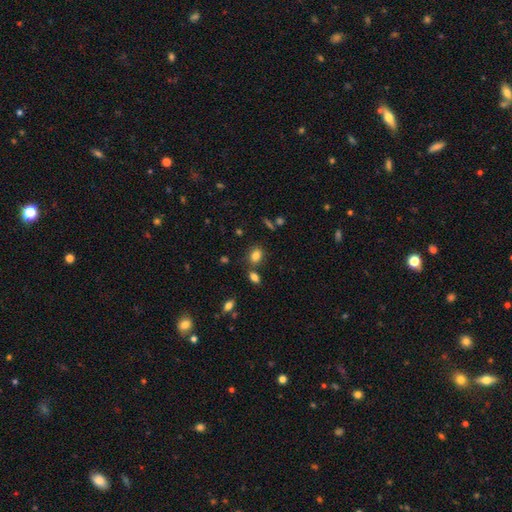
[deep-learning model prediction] smooth 82%, star or artifact 11%, featured or disk 7%. Down the decision tree: how rounded — in between (71%); merging — none (72%).